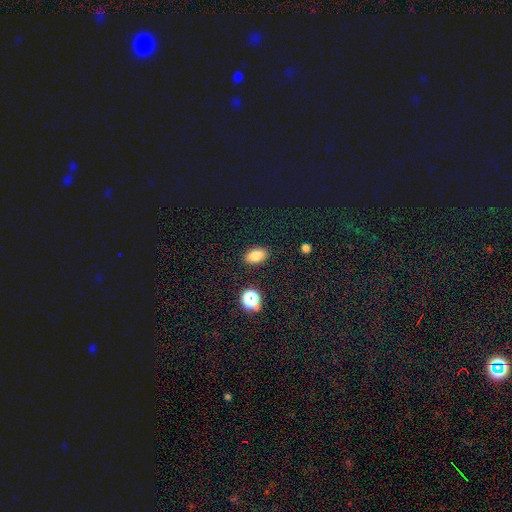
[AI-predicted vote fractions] This appears to be a smooth galaxy with no disk features (81%) that is in between round and cigar-shaped (88%). Merging: none (87%).